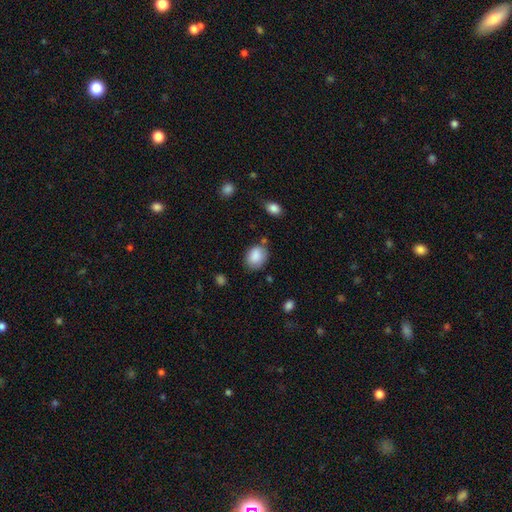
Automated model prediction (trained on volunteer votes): A smooth galaxy with no disk features (86%) that is in between round and cigar-shaped (59%).

Vote fractions:
- Smooth or featured? smooth: 86% / star or artifact: 7% / featured or disk: 6%
- How rounded? in between: 59% / round: 40% / cigar-shaped: 1%
- Merging? none: 72% / minor disturbance: 19% / merger: 5% / major disturbance: 5%